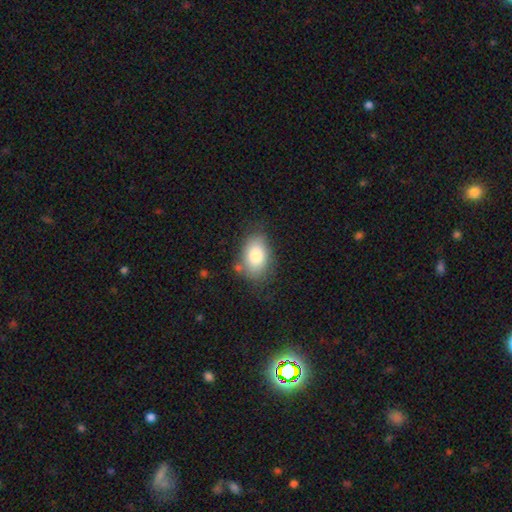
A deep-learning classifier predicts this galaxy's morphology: This appears to be a smooth galaxy with no disk features (81%) that is in between round and cigar-shaped (86%). Merging: none (73%).